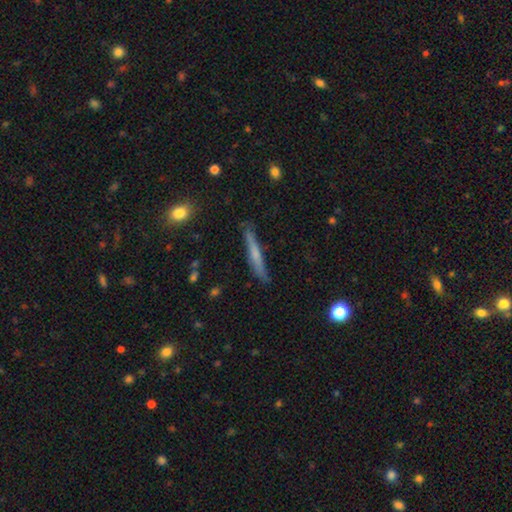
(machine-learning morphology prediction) Smooth or featured: featured or disk — 48% (smooth — 45%)
Merging: none — 83% (minor disturbance — 13%)